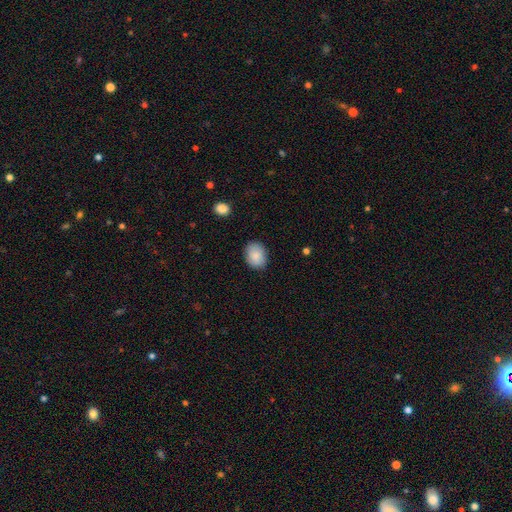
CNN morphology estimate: Smooth or featured? smooth (88%)
How rounded? in between (65%)
Merging? none (86%)